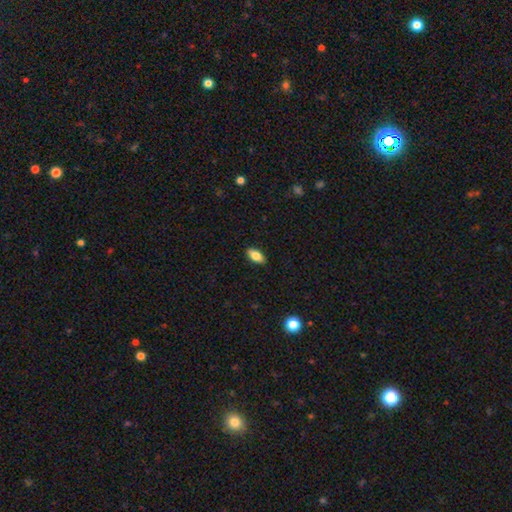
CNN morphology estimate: type=smooth (80%); roundness=in between (89%); merging=none (89%).